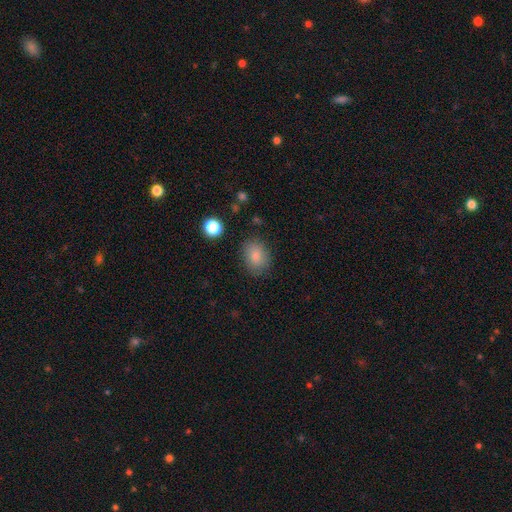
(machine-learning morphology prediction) A smooth galaxy with no disk features (85%) that is in between round and cigar-shaped (67%).

Vote fractions:
- Smooth or featured? smooth: 85% / star or artifact: 8% / featured or disk: 7%
- How rounded? in between: 67% / round: 32% / cigar-shaped: 1%
- Merging? none: 80% / minor disturbance: 14% / major disturbance: 4% / merger: 2%